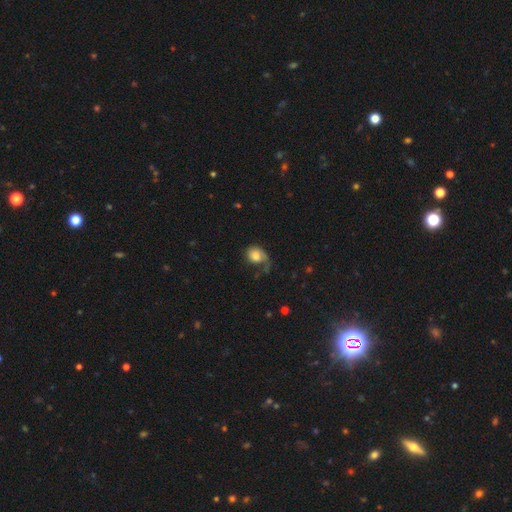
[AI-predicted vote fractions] Smooth or featured?
  - smooth: 64% *
  - featured or disk: 27%
  - star or artifact: 8%
How rounded?
  - round: 51% *
  - in between: 48%
  - cigar-shaped: 1%
Merging?
  - major disturbance: 39% *
  - none: 32%
  - minor disturbance: 25%
  - merger: 4%